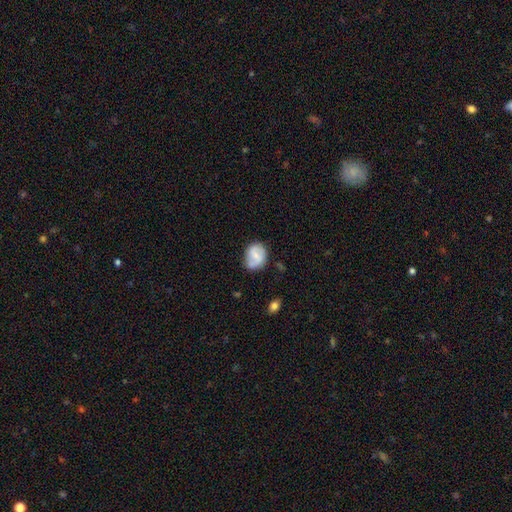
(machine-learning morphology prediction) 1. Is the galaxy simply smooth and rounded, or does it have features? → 48% smooth, 45% featured or disk, 8% star or artifact.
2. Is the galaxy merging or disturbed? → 63% none, 26% minor disturbance, 7% major disturbance, 4% merger.